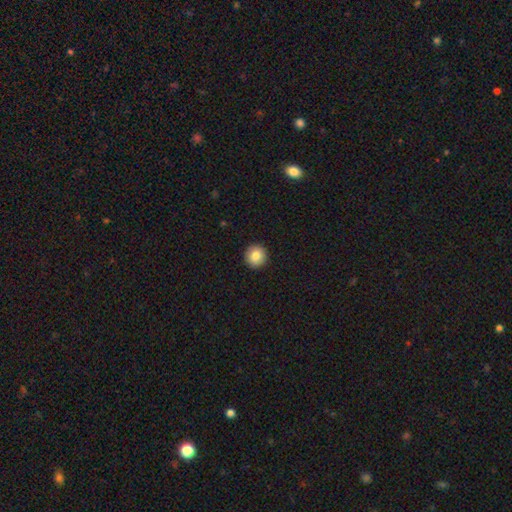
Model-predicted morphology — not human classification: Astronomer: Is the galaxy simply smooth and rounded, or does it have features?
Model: smooth — 83%.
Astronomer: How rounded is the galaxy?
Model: round — 95%.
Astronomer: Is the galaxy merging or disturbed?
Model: none — 93%.